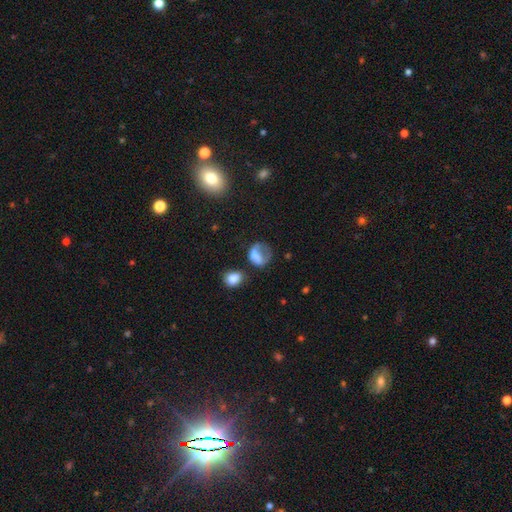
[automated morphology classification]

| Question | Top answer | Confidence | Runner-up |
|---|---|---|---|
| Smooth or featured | smooth | 62% | featured or disk (24%) |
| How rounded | round | 52% | in between (46%) |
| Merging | major disturbance | 38% | none (30%) |